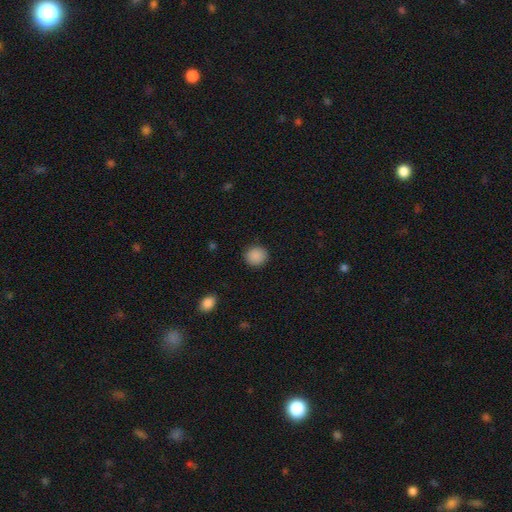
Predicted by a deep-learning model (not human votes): smooth 89%, star or artifact 9%, featured or disk 3%. Down the decision tree: how rounded — round (88%); merging — none (91%).